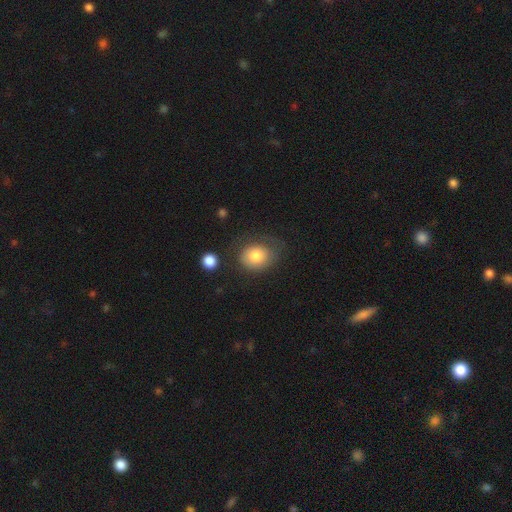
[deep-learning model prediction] This is likely a smooth galaxy (78%). How rounded: possibly round (54%). Merging: possibly none (58%).